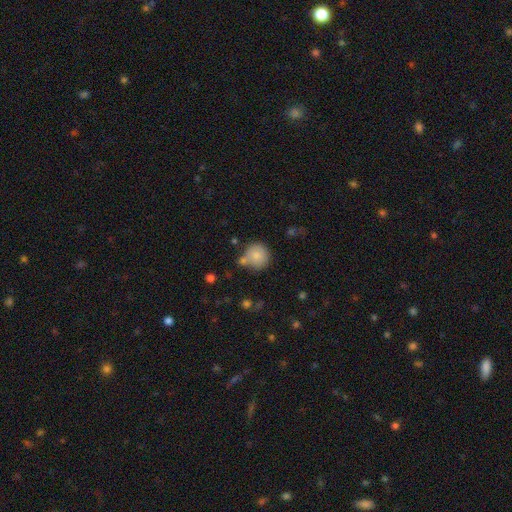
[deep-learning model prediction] Smooth or featured?
  - smooth: 83% *
  - star or artifact: 9%
  - featured or disk: 8%
How rounded?
  - round: 90% *
  - in between: 9%
  - cigar-shaped: 1%
Merging?
  - none: 60% *
  - merger: 18%
  - minor disturbance: 17%
  - major disturbance: 5%